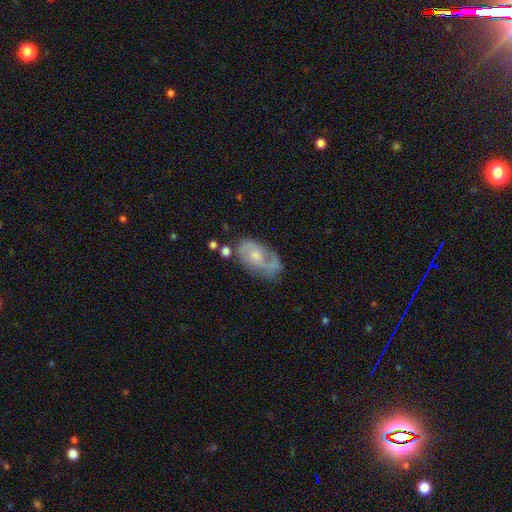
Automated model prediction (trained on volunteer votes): Smooth or featured? featured or disk (73%)
Edge-on disk? no (96%)
Bar? no (64%)
Spiral arms? yes (88%)
Spiral winding? medium (48%)
Spiral arm count? 2 (72%)
Bulge size? small (52%)
Merging? none (57%)